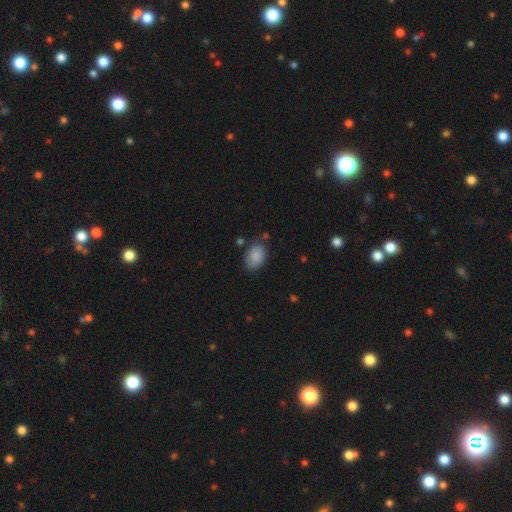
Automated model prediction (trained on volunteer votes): Morphology: type=smooth (88%); roundness=in between (84%); merging=none (75%).